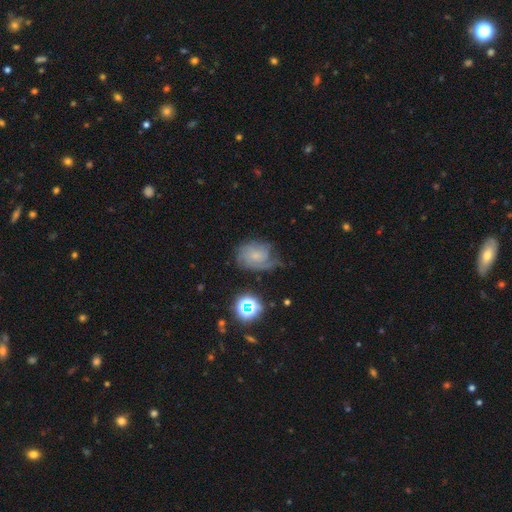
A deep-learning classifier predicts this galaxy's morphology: This is possibly a featured or disk galaxy (58%). It is clearly not viewed edge-on (97%). Bar: likely no (74%). Spiral arm pattern: clearly yes (88%). Central bulge: likely small (66%). Merging: possibly none (47%).